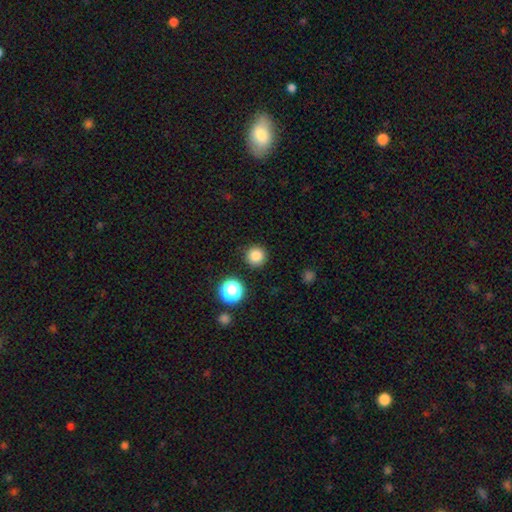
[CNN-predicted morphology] A smooth galaxy with no disk features (83%) that is round (96%). Merging: none (91%).